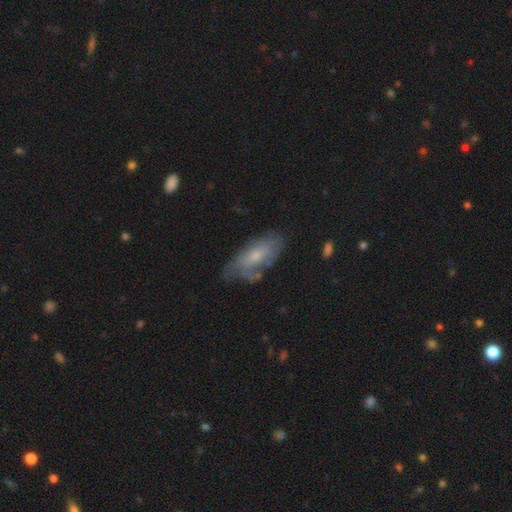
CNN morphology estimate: A smooth galaxy with no disk features (47%). Merging: none (55%).